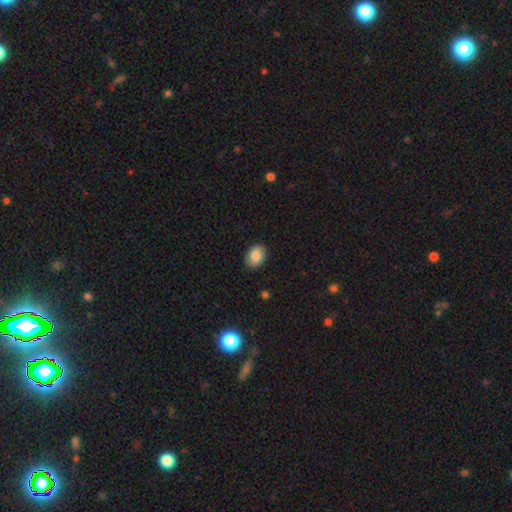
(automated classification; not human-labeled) Smooth or featured? Predicted: smooth (p=0.87). How rounded? Predicted: in between (p=0.79). Merging? Predicted: none (p=0.89).